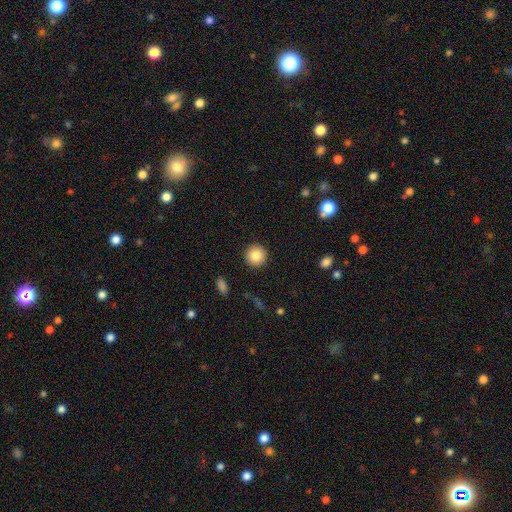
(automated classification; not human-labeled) A smooth galaxy with no disk features (84%) that is round (95%). Merging: none (93%).